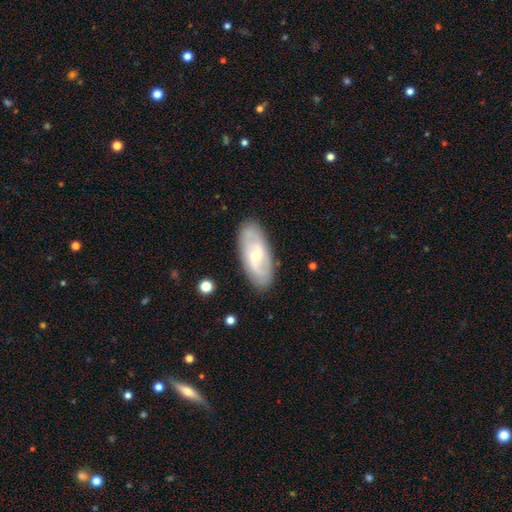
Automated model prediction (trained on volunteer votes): Overall: featured or disk (67%). Edge-on disk: no (91%). Bar: no (48%; weak 41%). Spiral arms: yes (81%). Bulge size: small (63%; moderate 34%). Merging: none (85%).